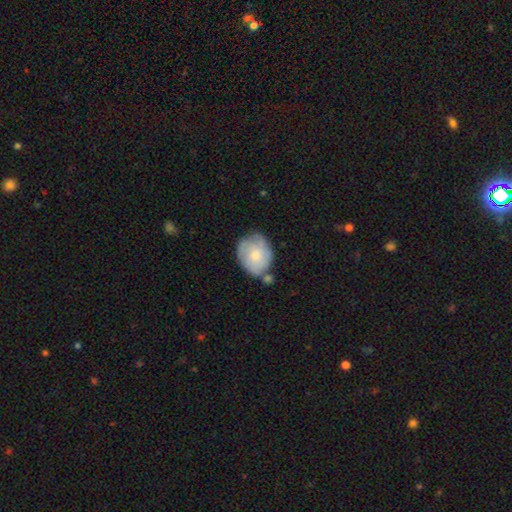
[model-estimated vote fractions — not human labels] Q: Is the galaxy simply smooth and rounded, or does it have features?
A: smooth — 61%.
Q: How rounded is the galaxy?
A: round — 61%.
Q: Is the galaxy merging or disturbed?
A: none — 54%.